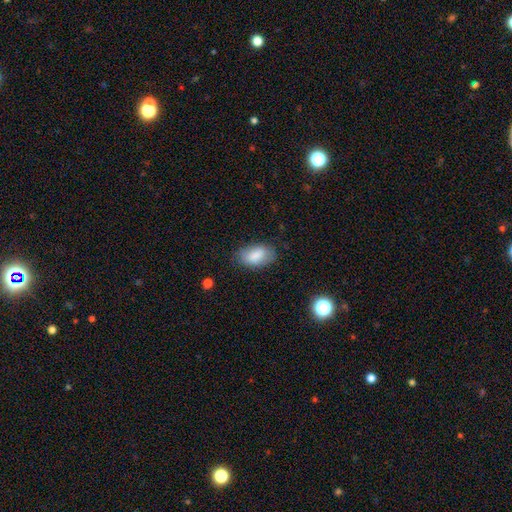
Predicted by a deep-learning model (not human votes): The model was most divided on "merging": none: 75%, minor disturbance: 19%, major disturbance: 5%, merger: 1%. More confident: how rounded — in between (92%); smooth or featured — smooth (83%).